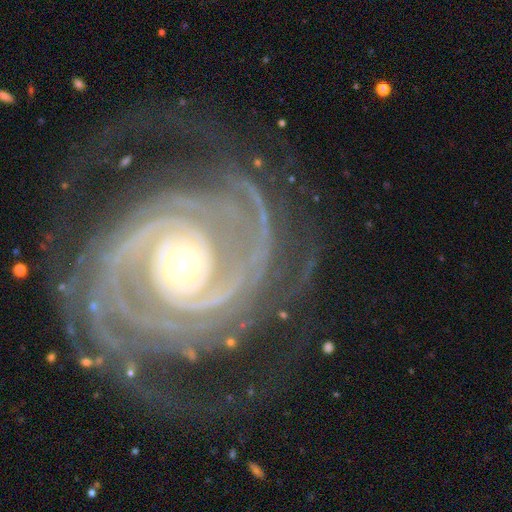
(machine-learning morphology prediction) Q: Smooth or featured?
A: featured or disk (92%); runner-up: star or artifact (5%)
Q: Edge-on disk?
A: no (98%); runner-up: yes (2%)
Q: Bar?
A: no (67%); runner-up: weak (19%)
Q: Spiral arms?
A: yes (98%); runner-up: no (2%)
Q: Spiral winding?
A: tight (71%); runner-up: medium (24%)
Q: Spiral arm count?
A: 2 (36%); runner-up: 3 (17%)
Q: Bulge size?
A: small (58%); runner-up: moderate (35%)
Q: Merging?
A: none (64%); runner-up: major disturbance (18%)